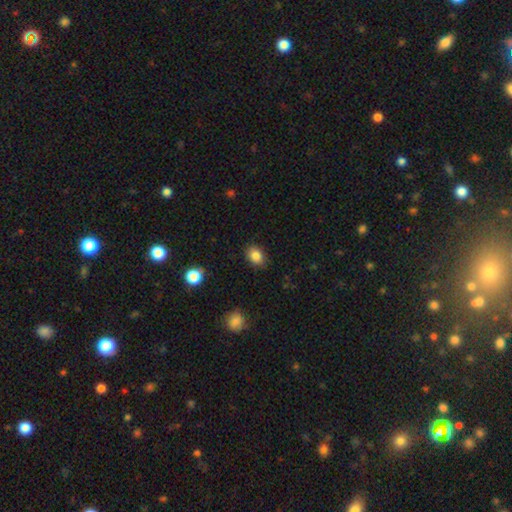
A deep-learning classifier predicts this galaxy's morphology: smooth 85%, star or artifact 10%, featured or disk 5%. Down the decision tree: how rounded — in between (67%); merging — none (86%).